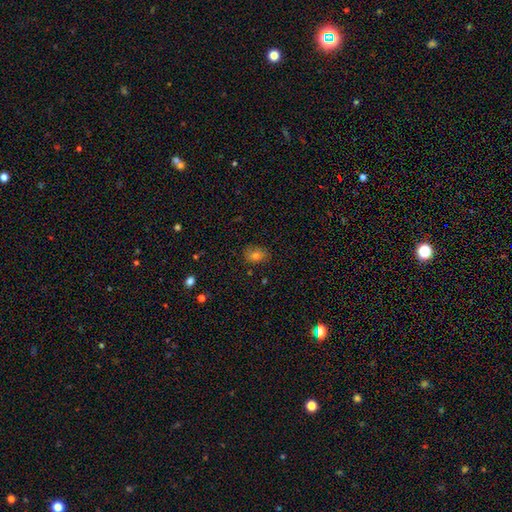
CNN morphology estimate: Overall: smooth (75%). How rounded: in between (56%; round 42%). Merging: none (81%).